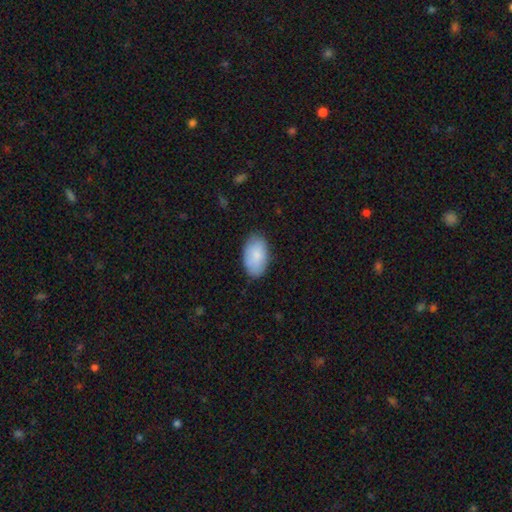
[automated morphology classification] Smooth or featured: smooth — 86% (featured or disk — 9%)
How rounded: in between — 94% (round — 4%)
Merging: none — 83% (minor disturbance — 13%)